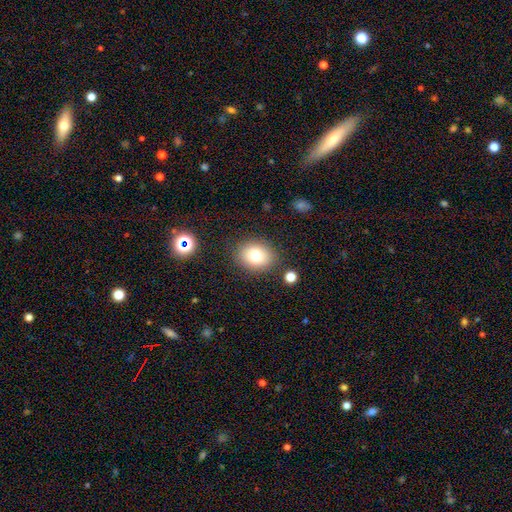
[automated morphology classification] smooth_or_featured: smooth (p=0.76) [alt: featured or disk p=0.12]
how_rounded: round (p=0.50) [alt: in between p=0.49]
merging: none (p=0.85) [alt: minor disturbance p=0.10]